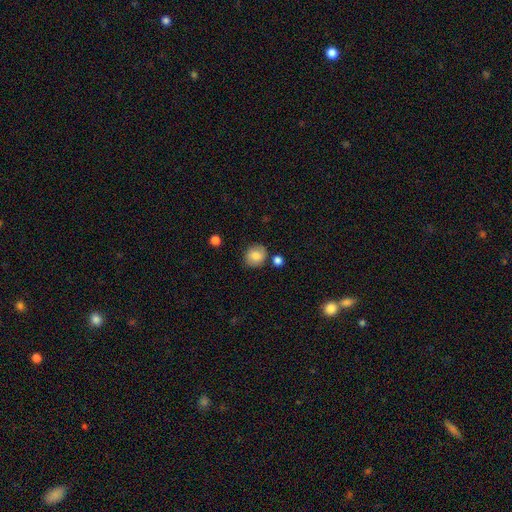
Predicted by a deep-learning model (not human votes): This is clearly a smooth galaxy (81%). How rounded: clearly round (80%). Merging: clearly none (80%).